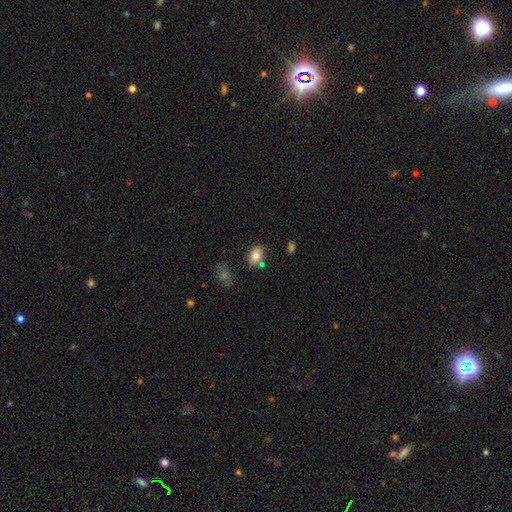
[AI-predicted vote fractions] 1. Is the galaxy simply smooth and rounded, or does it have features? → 79% smooth, 12% featured or disk, 9% star or artifact.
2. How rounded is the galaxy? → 83% in between, 16% round, 2% cigar-shaped.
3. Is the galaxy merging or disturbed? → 69% none, 16% minor disturbance, 12% merger, 4% major disturbance.